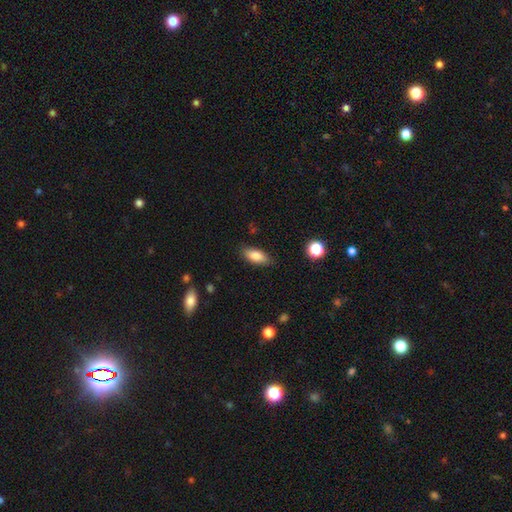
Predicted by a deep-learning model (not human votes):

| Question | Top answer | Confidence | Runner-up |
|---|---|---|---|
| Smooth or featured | smooth | 83% | featured or disk (10%) |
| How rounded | in between | 81% | cigar-shaped (16%) |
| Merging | none | 84% | minor disturbance (12%) |